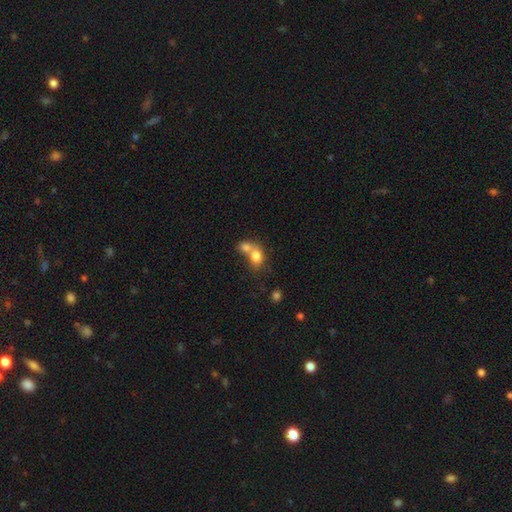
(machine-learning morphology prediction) The model was most divided on "how rounded": in between: 57%, round: 42%, cigar-shaped: 1%. More confident: smooth or featured — smooth (77%); merging — merger (66%).